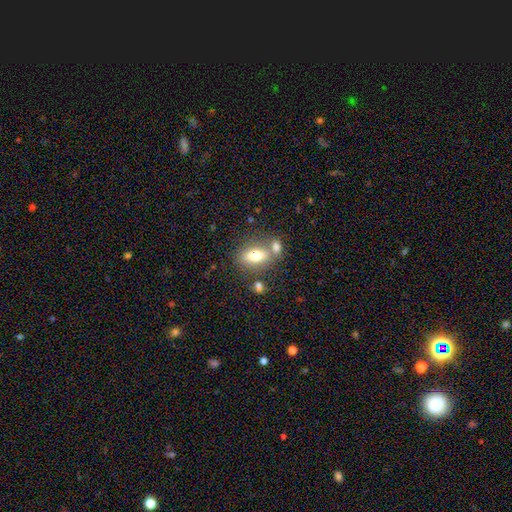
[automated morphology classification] Smooth or featured? Predicted: smooth (p=0.72). How rounded? Predicted: in between (p=0.82). Merging? Predicted: none (p=0.54).